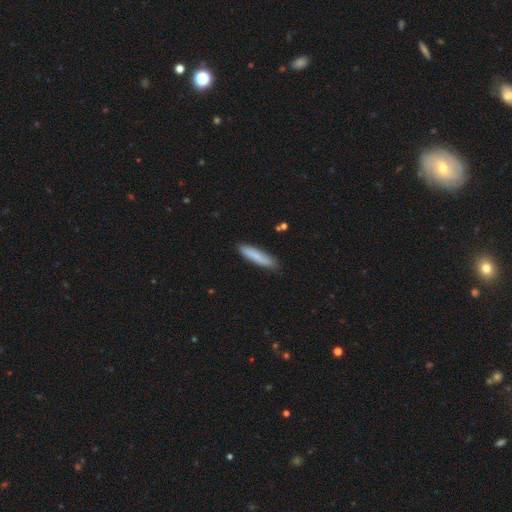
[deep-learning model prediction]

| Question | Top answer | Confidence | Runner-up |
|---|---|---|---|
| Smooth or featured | smooth | 82% | featured or disk (12%) |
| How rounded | cigar-shaped | 85% | in between (13%) |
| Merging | none | 84% | minor disturbance (13%) |